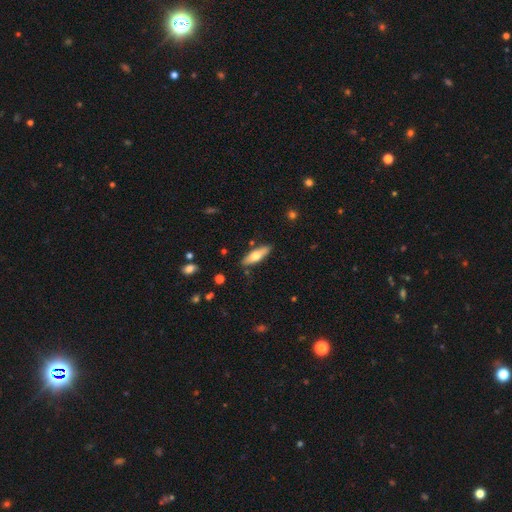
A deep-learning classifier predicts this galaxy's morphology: A smooth galaxy with no disk features (59%) that is cigar-shaped (53%).

Vote fractions:
- Smooth or featured? smooth: 59% / featured or disk: 35% / star or artifact: 6%
- How rounded? cigar-shaped: 53% / in between: 45% / round: 2%
- Merging? none: 85% / minor disturbance: 11% / merger: 2% / major disturbance: 2%